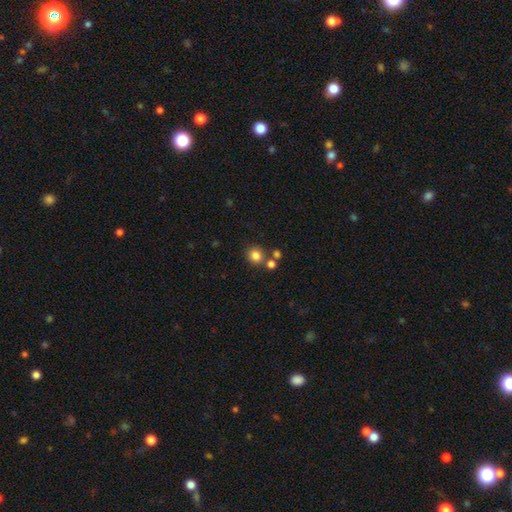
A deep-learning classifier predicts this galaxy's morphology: Overall: smooth (82%). How rounded: round (87%). Merging: none (72%).